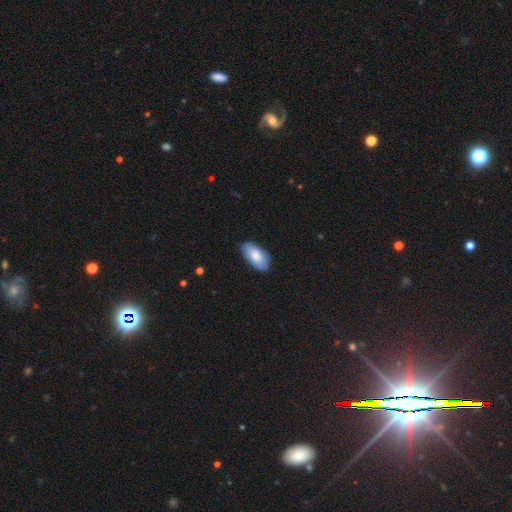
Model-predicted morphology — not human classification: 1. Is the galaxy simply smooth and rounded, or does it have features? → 81% smooth, 13% featured or disk, 6% star or artifact.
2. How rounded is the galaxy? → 94% in between, 3% cigar-shaped, 2% round.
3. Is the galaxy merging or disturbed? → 83% none, 14% minor disturbance, 2% major disturbance, 1% merger.